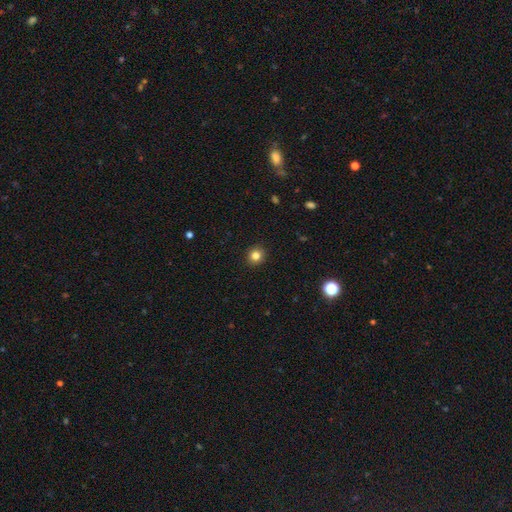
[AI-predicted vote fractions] Morphology: type=smooth (83%); roundness=round (92%); merging=none (93%).